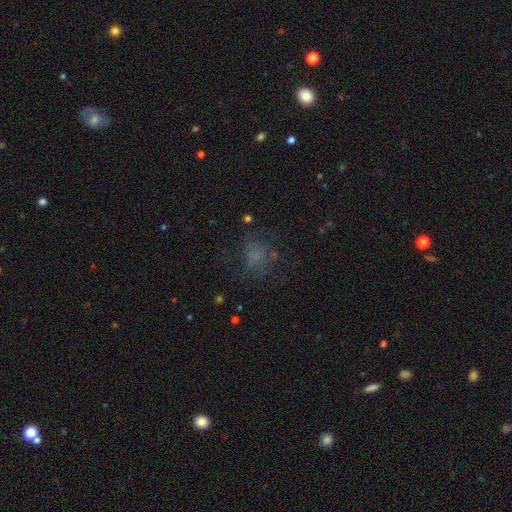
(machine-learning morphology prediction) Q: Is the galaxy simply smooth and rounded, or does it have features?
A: smooth — 52%.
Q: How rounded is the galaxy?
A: round — 55%.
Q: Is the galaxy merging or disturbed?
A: none — 55%.